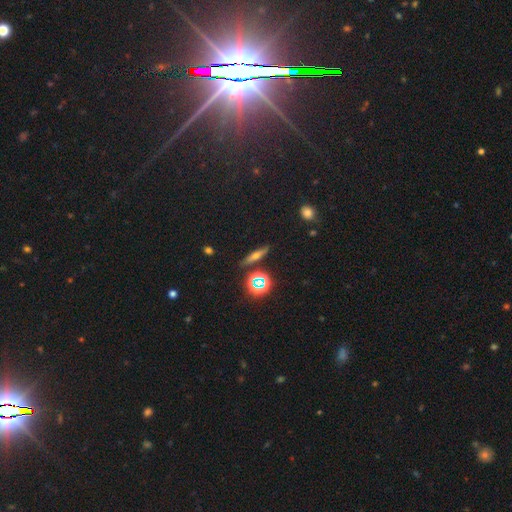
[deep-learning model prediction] Overall: smooth (42%; featured or disk 35%). Merging: none (85%).